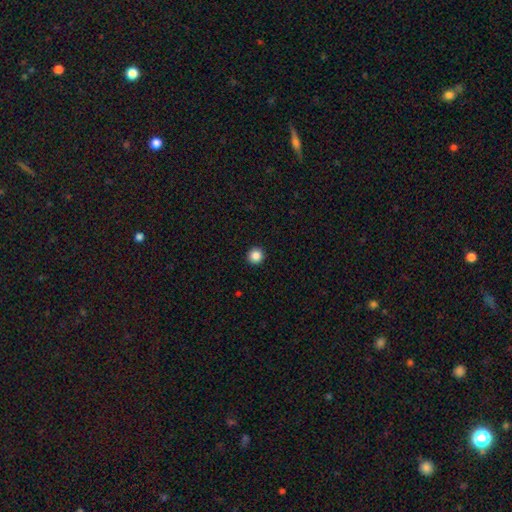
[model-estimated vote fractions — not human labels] This is clearly a smooth galaxy (87%). How rounded: clearly round (95%). Merging: clearly none (94%).